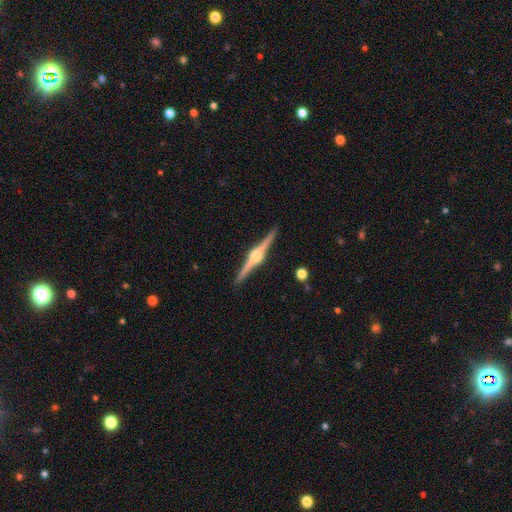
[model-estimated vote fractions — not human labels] Smooth or featured? Predicted: featured or disk (p=0.88). Edge-on disk? Predicted: yes (p=0.99). Edge-on bulge? Predicted: rounded (p=0.93). Merging? Predicted: none (p=0.92).